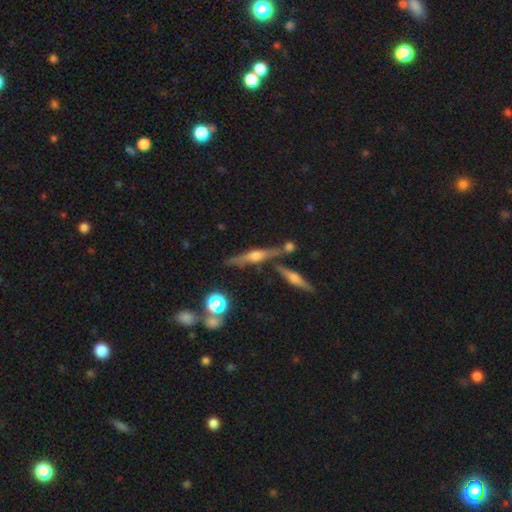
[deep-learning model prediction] featured or disk 72%, smooth 20%, star or artifact 9%. Down the decision tree: edge-on disk — yes (95%); edge-on bulge — rounded (87%); merging — none (71%).